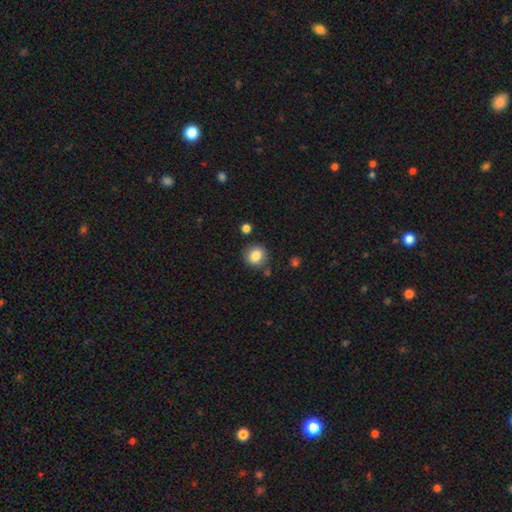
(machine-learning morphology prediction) type=smooth (84%); roundness=round (85%); merging=none (83%).